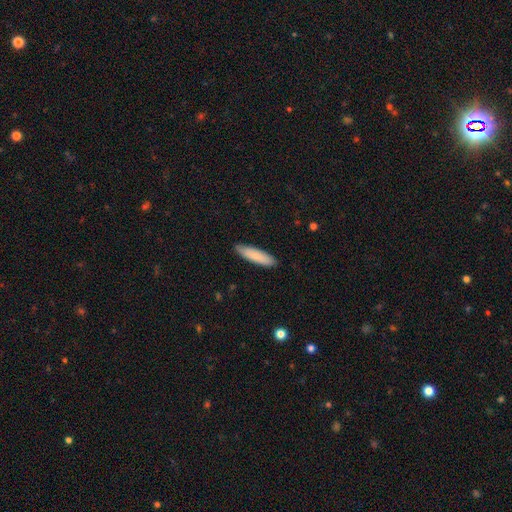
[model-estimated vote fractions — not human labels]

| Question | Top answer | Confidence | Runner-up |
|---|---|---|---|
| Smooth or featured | smooth | 84% | featured or disk (11%) |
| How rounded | cigar-shaped | 71% | in between (28%) |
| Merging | none | 87% | minor disturbance (10%) |